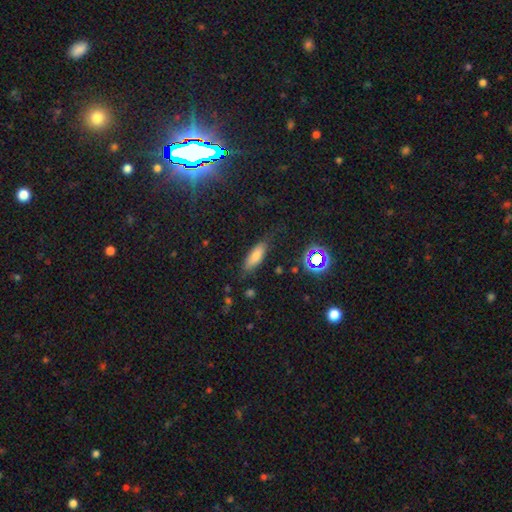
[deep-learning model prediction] This is likely a smooth galaxy (72%). How rounded: likely in between (63%). Merging: likely none (75%).